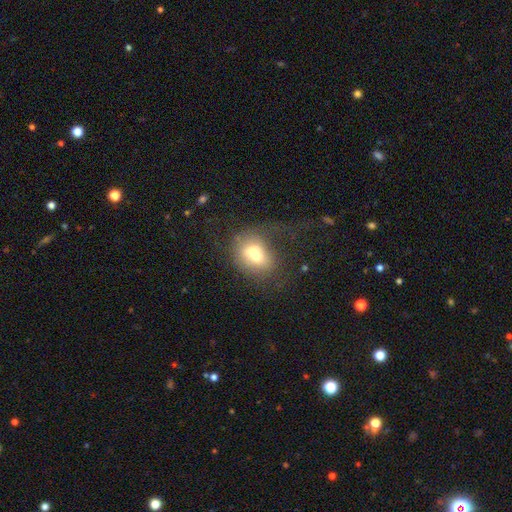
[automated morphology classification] This is possibly a smooth galaxy (60%). How rounded: possibly in between (57%). Merging: marginally merger (30%, tied with none).